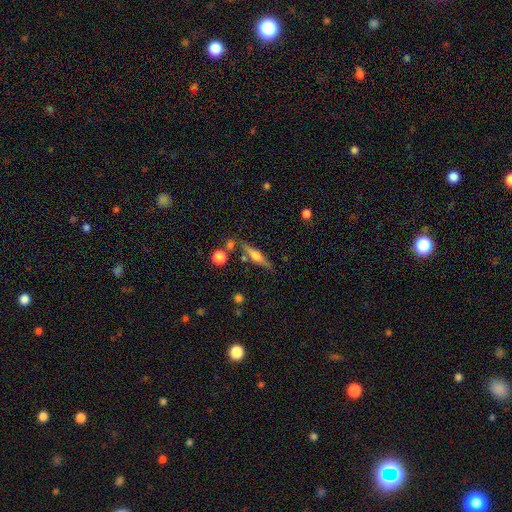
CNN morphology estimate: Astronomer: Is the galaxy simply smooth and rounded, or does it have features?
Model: featured or disk — 59%.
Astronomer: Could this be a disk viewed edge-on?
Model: yes — 94%.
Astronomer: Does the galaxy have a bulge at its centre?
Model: rounded — 83%.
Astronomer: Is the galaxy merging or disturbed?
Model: none — 77%.